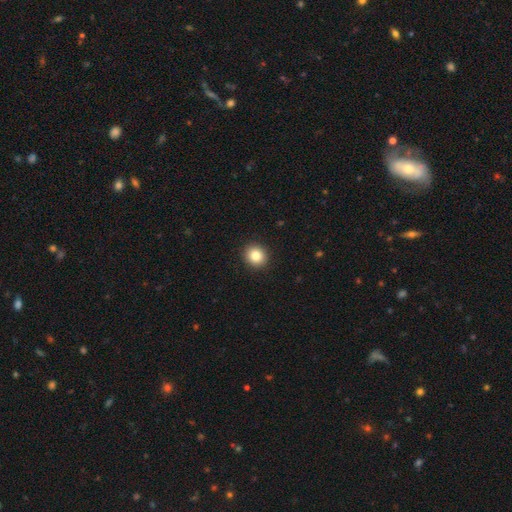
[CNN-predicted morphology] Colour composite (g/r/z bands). It shows a smooth galaxy with no disk features (84%) that is round (86%). Merging: none (92%).